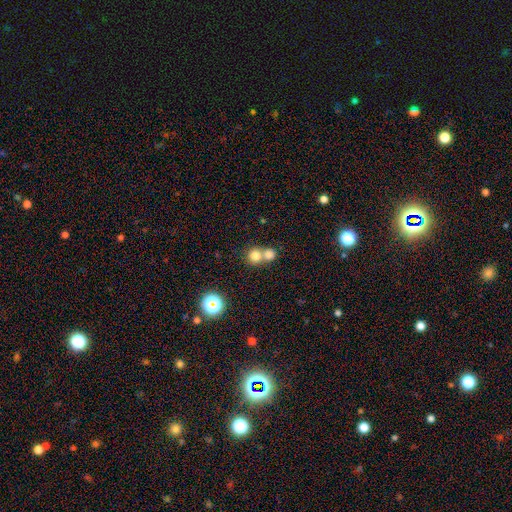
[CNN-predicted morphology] A smooth galaxy with no disk features (77%) that is round (87%). Merging: merger (52%).